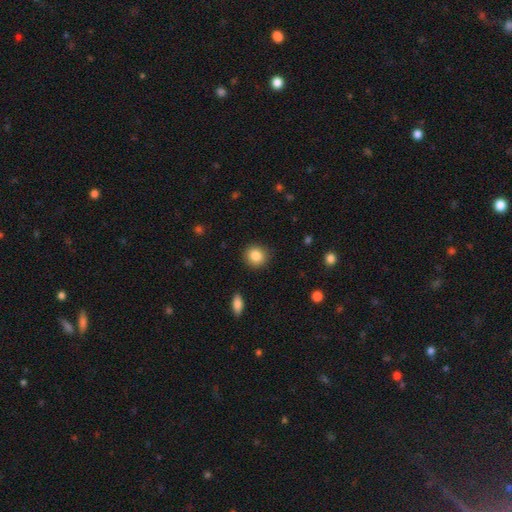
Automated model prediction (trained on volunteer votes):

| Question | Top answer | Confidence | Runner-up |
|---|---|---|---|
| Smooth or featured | smooth | 85% | star or artifact (9%) |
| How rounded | round | 87% | in between (12%) |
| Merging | none | 90% | minor disturbance (6%) |